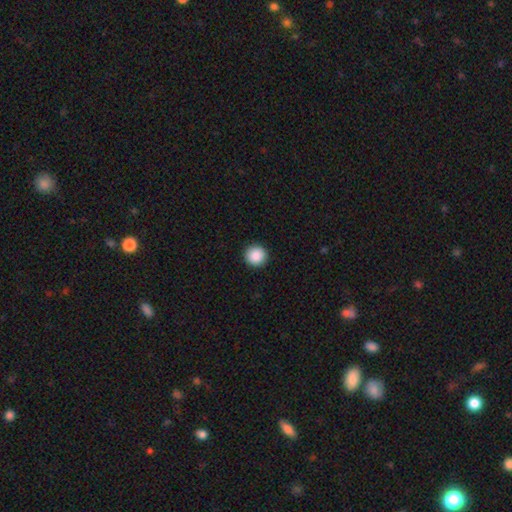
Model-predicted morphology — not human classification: Smooth or featured?
  - smooth: 89% *
  - star or artifact: 8%
  - featured or disk: 3%
How rounded?
  - round: 95% *
  - in between: 4%
  - cigar-shaped: 1%
Merging?
  - none: 93% *
  - minor disturbance: 5%
  - major disturbance: 1%
  - merger: 1%